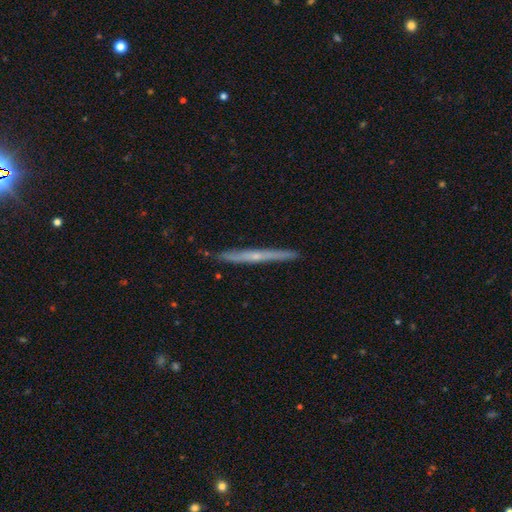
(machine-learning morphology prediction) smooth_or_featured: featured or disk (p=0.69) [alt: smooth p=0.26]
disk_edge_on: yes (p=0.97) [alt: no p=0.03]
edge_on_bulge: none (p=0.51) [alt: rounded p=0.45]
merging: none (p=0.89) [alt: minor disturbance p=0.09]